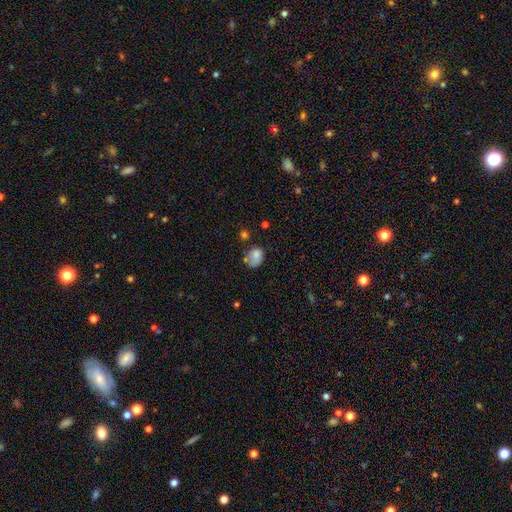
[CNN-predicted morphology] Smooth or featured? Predicted: smooth (p=0.76). How rounded? Predicted: in between (p=0.60). Merging? Predicted: none (p=0.41).